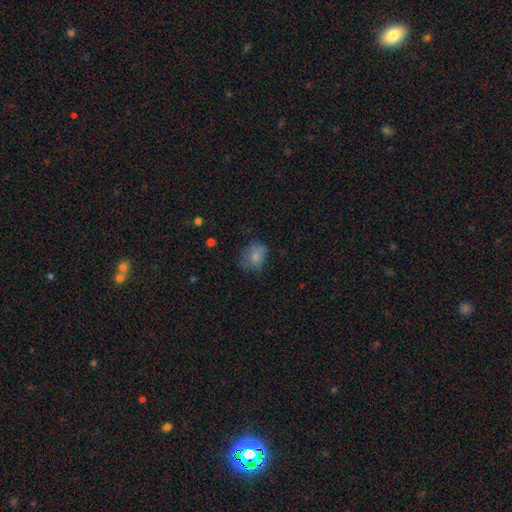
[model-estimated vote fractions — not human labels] Smooth or featured?
  - smooth: 78% *
  - featured or disk: 11%
  - star or artifact: 10%
How rounded?
  - round: 50% *
  - in between: 49%
  - cigar-shaped: 1%
Merging?
  - none: 55% *
  - minor disturbance: 30%
  - major disturbance: 13%
  - merger: 2%